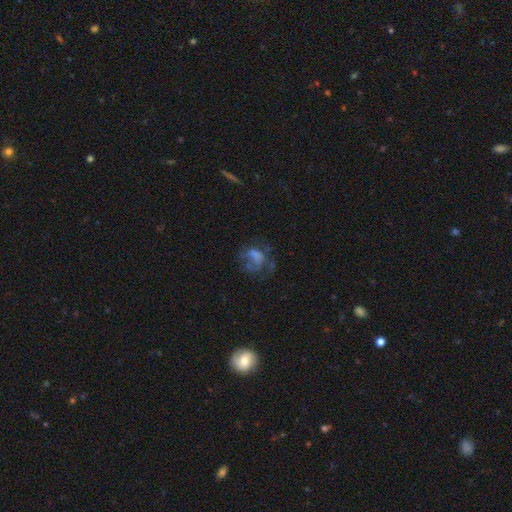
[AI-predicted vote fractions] Q: Smooth or featured?
A: featured or disk (45%); runner-up: smooth (34%)
Q: Merging?
A: none (46%); runner-up: major disturbance (32%)